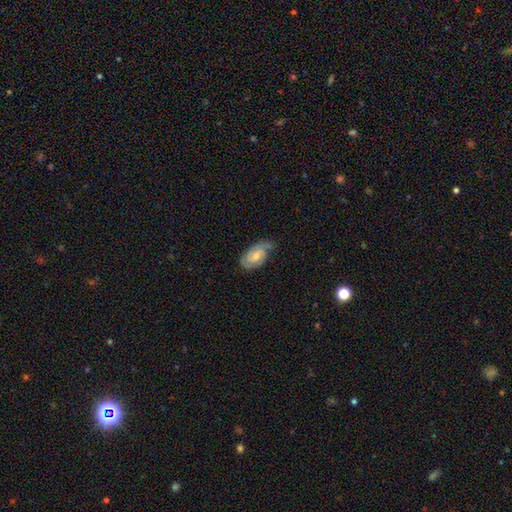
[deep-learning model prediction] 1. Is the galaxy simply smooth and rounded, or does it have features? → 66% featured or disk, 28% smooth, 6% star or artifact.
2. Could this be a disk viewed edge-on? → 95% no, 5% yes.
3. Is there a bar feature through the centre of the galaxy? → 53% no, 40% weak, 7% strong.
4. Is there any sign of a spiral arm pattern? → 92% yes, 8% no.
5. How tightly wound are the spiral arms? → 53% tight, 36% medium, 11% loose.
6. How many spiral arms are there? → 68% 2, 15% can't tell, 9% 1, 5% 3, 1% 4, 1% more than 4.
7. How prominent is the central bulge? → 45% small, 41% moderate, 8% none, 4% large, 1% dominant.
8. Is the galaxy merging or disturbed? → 65% none, 26% minor disturbance, 7% major disturbance, 2% merger.